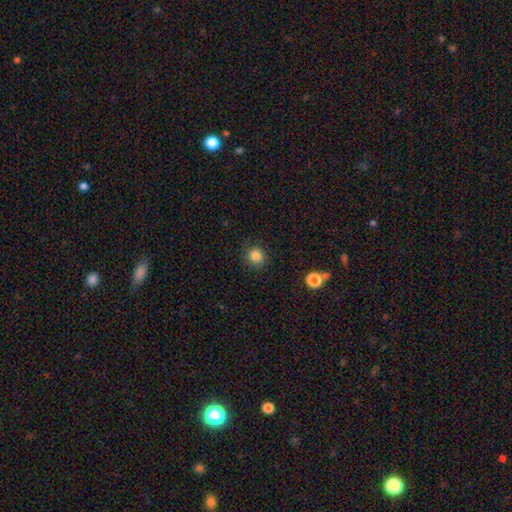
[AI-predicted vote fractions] smooth-or-featured: smooth: 84% | star or artifact: 11% | featured or disk: 5%
  how-rounded: round: 85% | in between: 14% | cigar-shaped: 1%
  merging: none: 86% | minor disturbance: 10% | major disturbance: 3% | merger: 1%